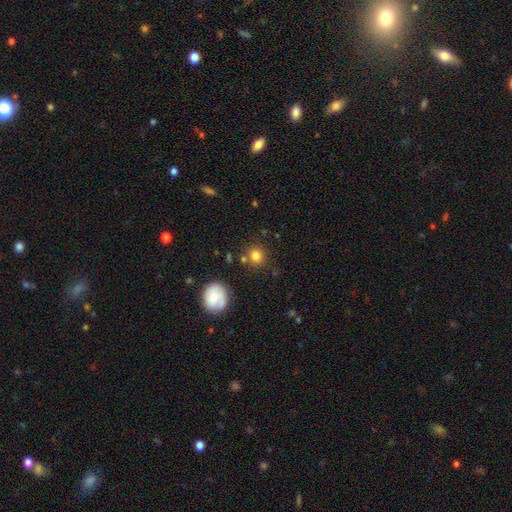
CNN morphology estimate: Smooth or featured? Predicted: smooth (p=0.81). How rounded? Predicted: round (p=0.85). Merging? Predicted: none (p=0.80).